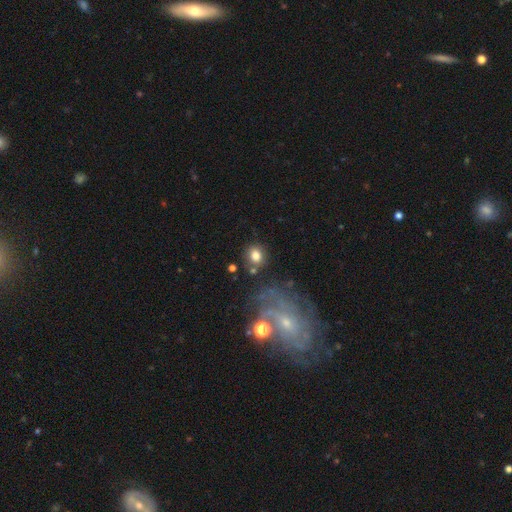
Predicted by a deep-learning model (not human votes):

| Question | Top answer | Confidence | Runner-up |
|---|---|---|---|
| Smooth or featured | smooth | 78% | featured or disk (12%) |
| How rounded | round | 69% | in between (30%) |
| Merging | none | 77% | minor disturbance (11%) |